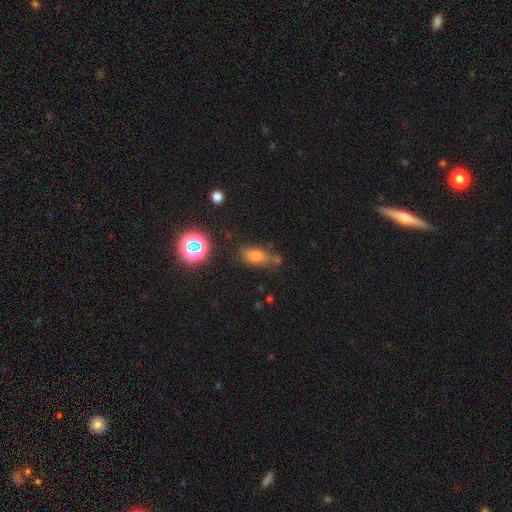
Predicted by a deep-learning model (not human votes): Smooth or featured?
  - smooth: 67% *
  - star or artifact: 20%
  - featured or disk: 12%
How rounded?
  - in between: 75% *
  - round: 14%
  - cigar-shaped: 11%
Merging?
  - none: 62% *
  - minor disturbance: 21%
  - merger: 10%
  - major disturbance: 7%